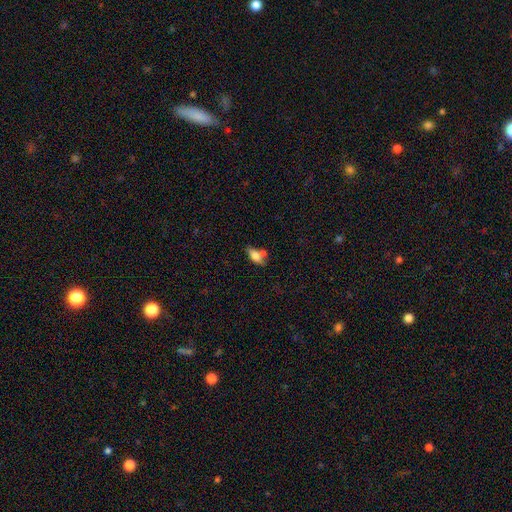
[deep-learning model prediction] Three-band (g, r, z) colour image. It shows a smooth galaxy with no disk features (69%) that is in between round and cigar-shaped (80%). Merging: none (51%).